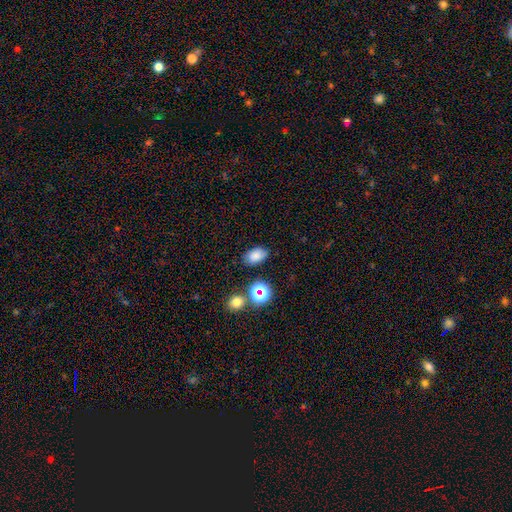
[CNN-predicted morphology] Smooth or featured: smooth — 77% (star or artifact — 15%)
How rounded: in between — 84% (round — 14%)
Merging: none — 78% (minor disturbance — 15%)